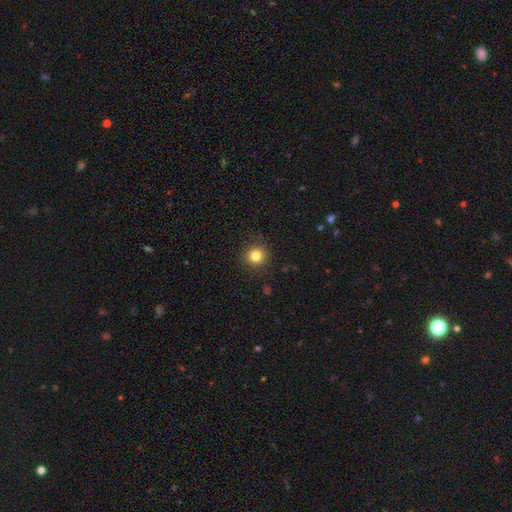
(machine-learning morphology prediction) Smooth or featured? Predicted: smooth (p=0.82). How rounded? Predicted: round (p=0.93). Merging? Predicted: none (p=0.91).